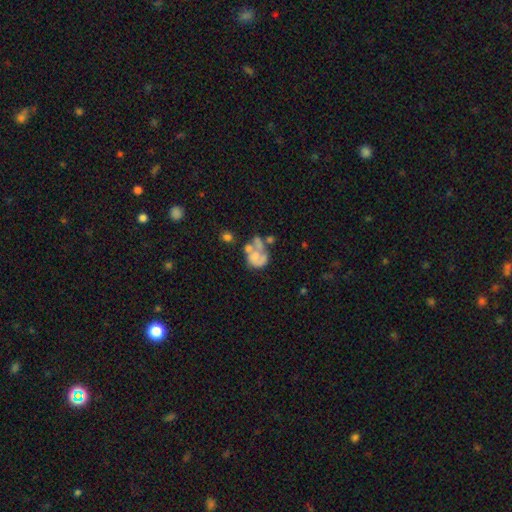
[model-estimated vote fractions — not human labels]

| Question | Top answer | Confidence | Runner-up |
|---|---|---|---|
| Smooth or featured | featured or disk | 50% | smooth (40%) |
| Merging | merger | 38% | major disturbance (26%) |